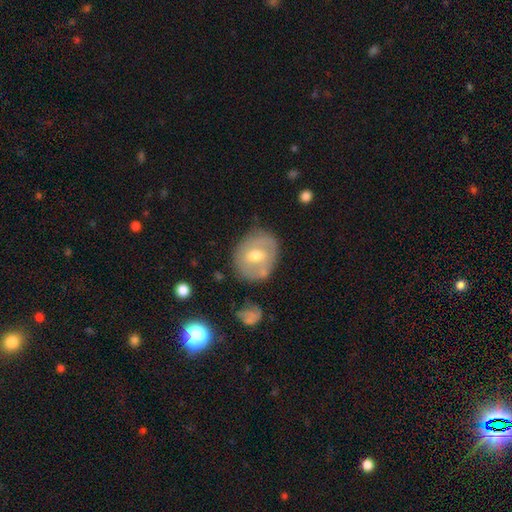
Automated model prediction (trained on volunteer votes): A featured or disk galaxy (49%). Merging: none (67%).